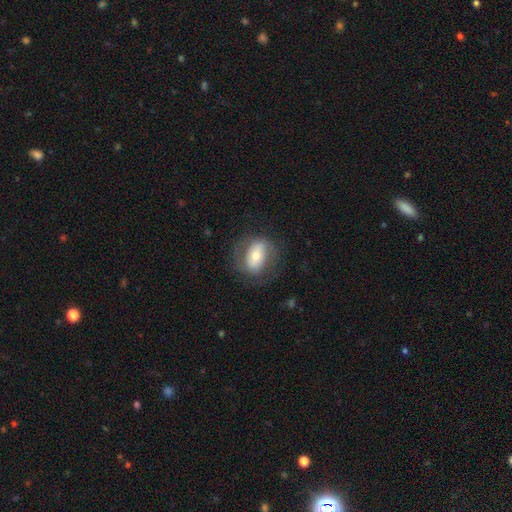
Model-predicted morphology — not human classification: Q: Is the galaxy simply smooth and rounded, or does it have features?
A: smooth — 51%.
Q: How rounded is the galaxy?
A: in between — 75%.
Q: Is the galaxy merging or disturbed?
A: none — 71%.